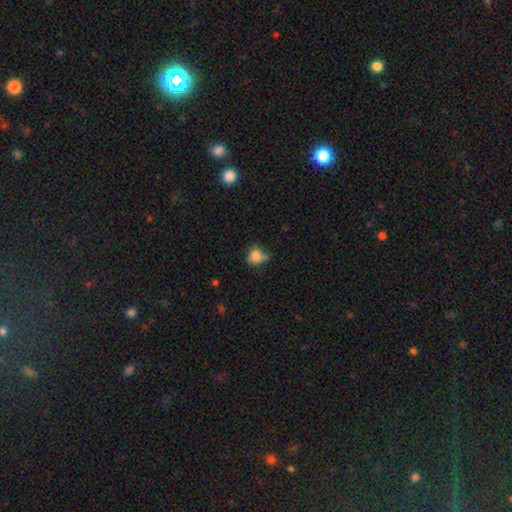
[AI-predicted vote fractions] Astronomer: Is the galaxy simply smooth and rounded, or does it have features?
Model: smooth — 79%.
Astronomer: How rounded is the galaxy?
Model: round — 66%.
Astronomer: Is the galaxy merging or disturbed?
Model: none — 43% (runner-up: minor disturbance, 30%).